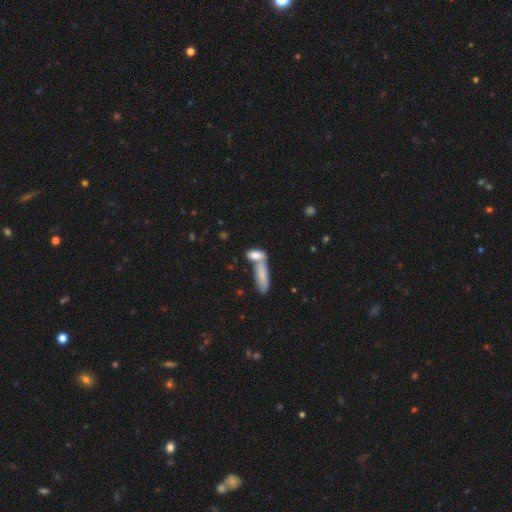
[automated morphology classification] Q: Smooth or featured?
A: smooth (79%); runner-up: featured or disk (14%)
Q: How rounded?
A: in between (68%); runner-up: cigar-shaped (28%)
Q: Merging?
A: merger (55%); runner-up: none (33%)